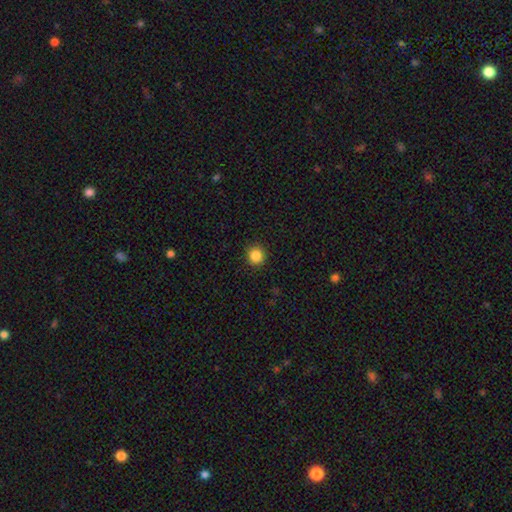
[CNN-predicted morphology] The model was most divided on "smooth or featured": smooth: 86%, star or artifact: 11%, featured or disk: 4%. More confident: how rounded — round (94%); merging — none (92%).